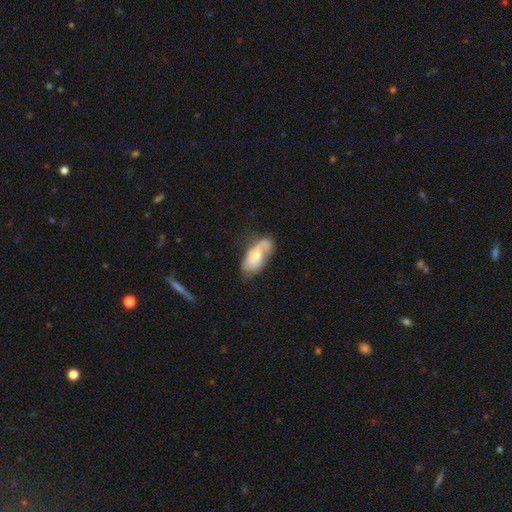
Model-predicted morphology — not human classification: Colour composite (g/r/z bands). It shows a featured or disk galaxy (49%). Merging: none (48%).